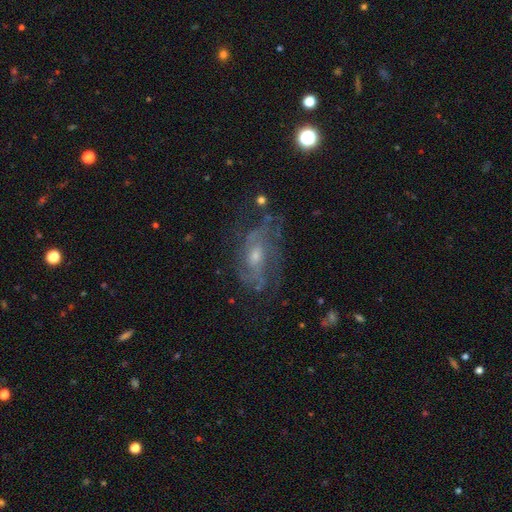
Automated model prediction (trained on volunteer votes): featured or disk 77%, smooth 13%, star or artifact 9%. Down the decision tree: edge-on disk — no (95%); bar — no (64%); spiral arms — yes (83%); spiral arm count — can't tell (38%); spiral winding — medium (43%); bulge size — small (51%); merging — none (59%).